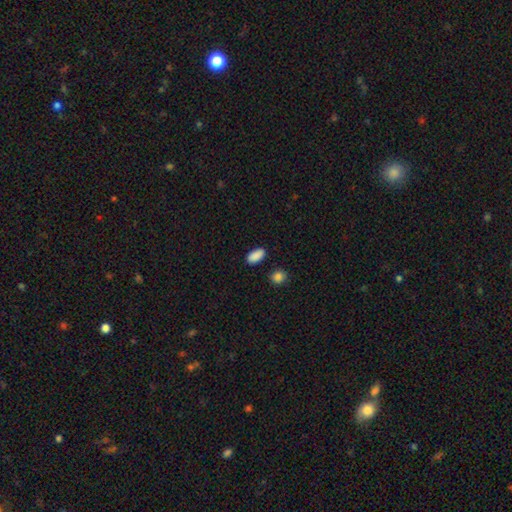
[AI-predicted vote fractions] Morphology: type=smooth (89%); roundness=in between (92%); merging=none (87%).